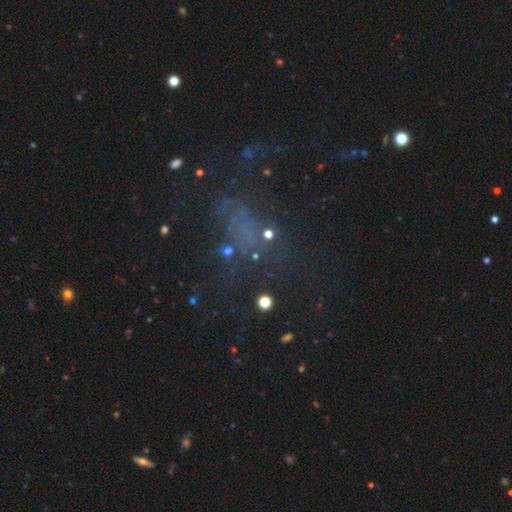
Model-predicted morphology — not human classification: smooth_or_featured: star or artifact (p=0.43) [alt: smooth p=0.32]